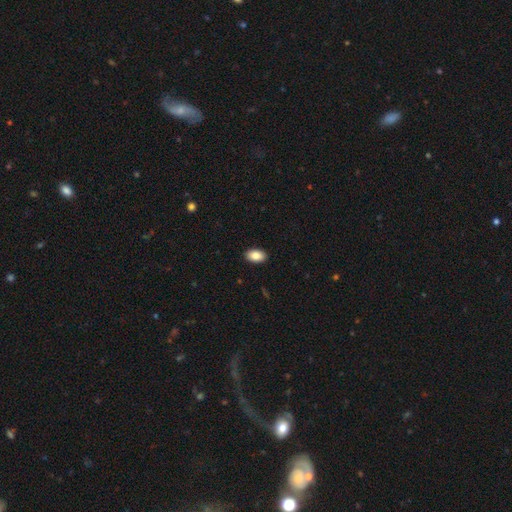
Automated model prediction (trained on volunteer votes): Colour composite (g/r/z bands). It shows a smooth galaxy with no disk features (87%) that is in between round and cigar-shaped (92%). Merging: none (91%).